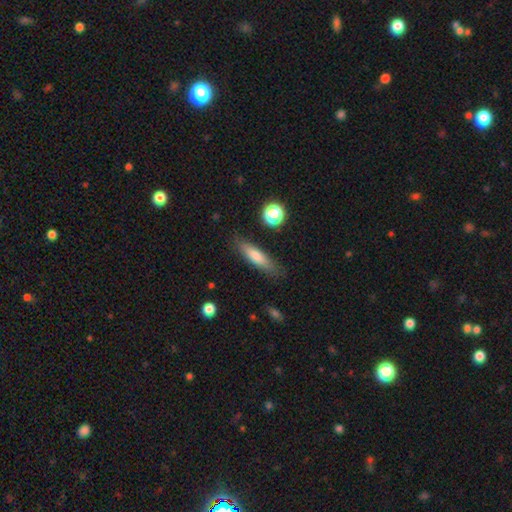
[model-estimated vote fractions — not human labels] A smooth galaxy with no disk features (71%) that is cigar-shaped (73%). Merging: none (84%).